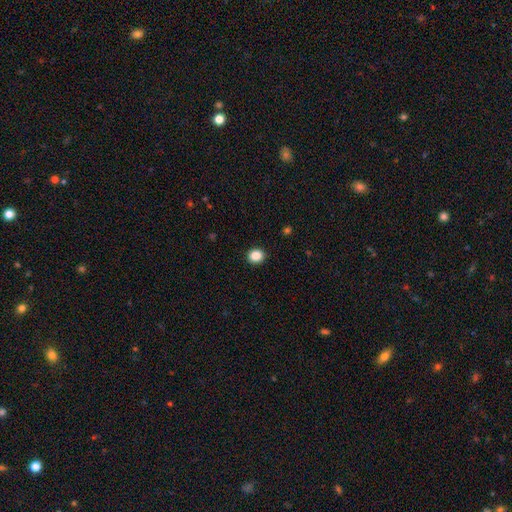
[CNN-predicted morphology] type=smooth (87%); roundness=round (77%); merging=none (92%).